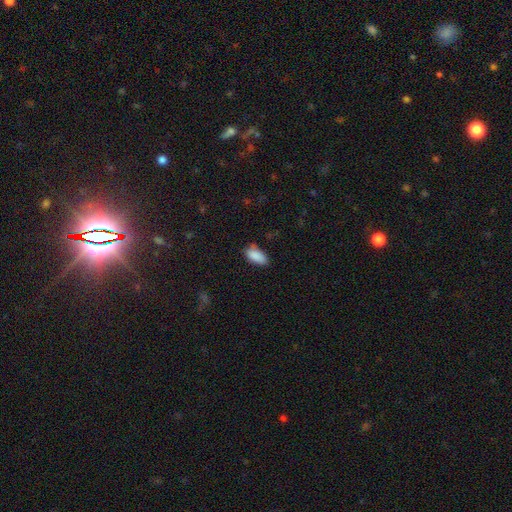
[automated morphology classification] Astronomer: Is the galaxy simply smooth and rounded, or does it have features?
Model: smooth — 89%.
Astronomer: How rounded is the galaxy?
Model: in between — 91%.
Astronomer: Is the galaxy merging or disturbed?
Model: none — 74%.